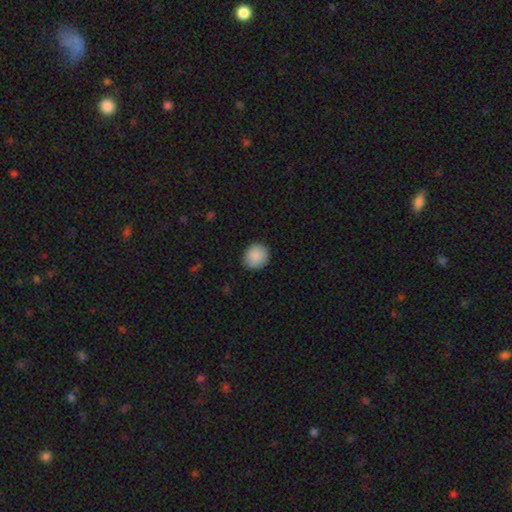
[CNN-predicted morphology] smooth 89%, star or artifact 7%, featured or disk 4%. Down the decision tree: how rounded — round (84%); merging — none (89%).